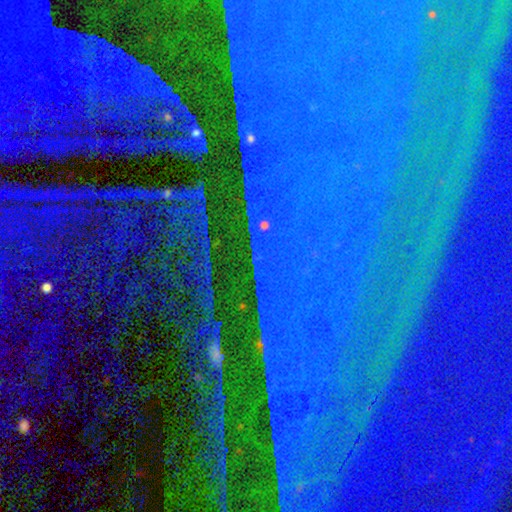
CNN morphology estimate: Smooth or featured?
  - star or artifact: 88% *
  - featured or disk: 6%
  - smooth: 5%